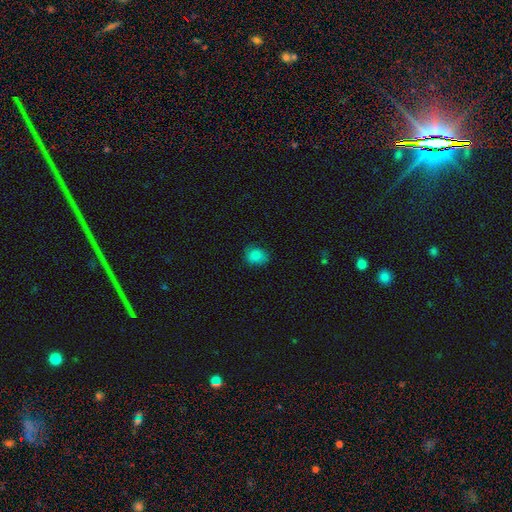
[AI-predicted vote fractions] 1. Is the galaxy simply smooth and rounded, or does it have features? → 84% smooth, 11% star or artifact, 4% featured or disk.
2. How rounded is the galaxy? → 60% round, 39% in between, 1% cigar-shaped.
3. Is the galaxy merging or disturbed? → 77% none, 18% minor disturbance, 4% major disturbance, 1% merger.